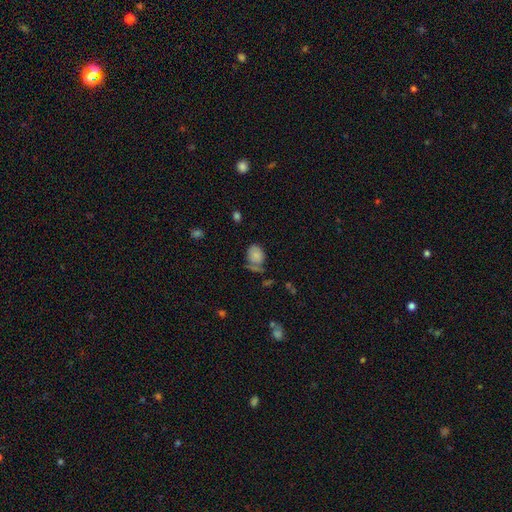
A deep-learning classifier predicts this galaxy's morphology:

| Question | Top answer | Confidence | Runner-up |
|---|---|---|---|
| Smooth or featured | smooth | 76% | featured or disk (14%) |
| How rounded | in between | 58% | round (41%) |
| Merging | none | 46% | minor disturbance (26%) |